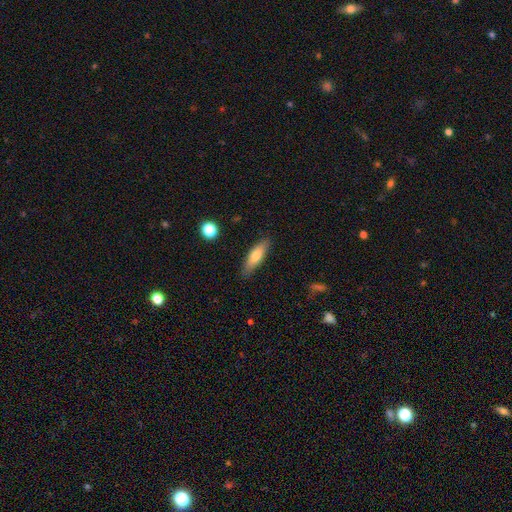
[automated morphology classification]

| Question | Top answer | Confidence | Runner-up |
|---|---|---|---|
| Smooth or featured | smooth | 71% | featured or disk (23%) |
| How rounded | cigar-shaped | 57% | in between (41%) |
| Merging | none | 85% | minor disturbance (11%) |